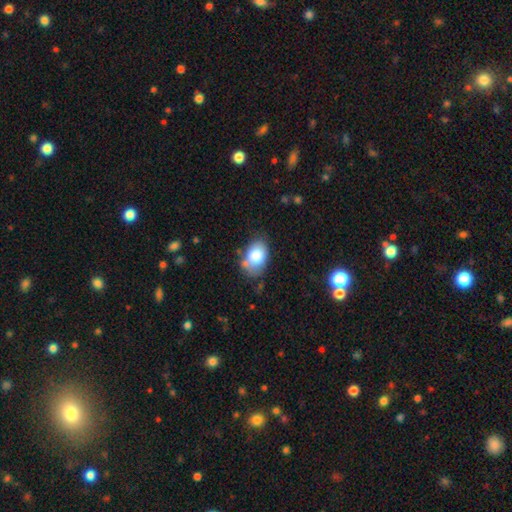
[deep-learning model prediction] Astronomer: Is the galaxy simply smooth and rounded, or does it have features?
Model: smooth — 80%.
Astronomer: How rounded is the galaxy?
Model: in between — 80%.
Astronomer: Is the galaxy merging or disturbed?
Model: none — 59%.